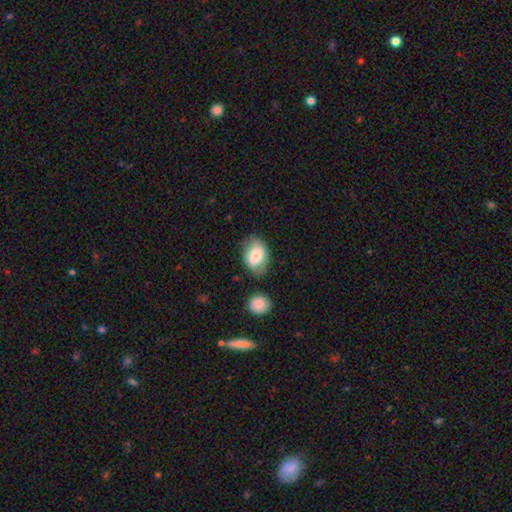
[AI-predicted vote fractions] Q: Smooth or featured?
A: smooth (76%); runner-up: featured or disk (16%)
Q: How rounded?
A: in between (77%); runner-up: round (21%)
Q: Merging?
A: none (63%); runner-up: minor disturbance (22%)